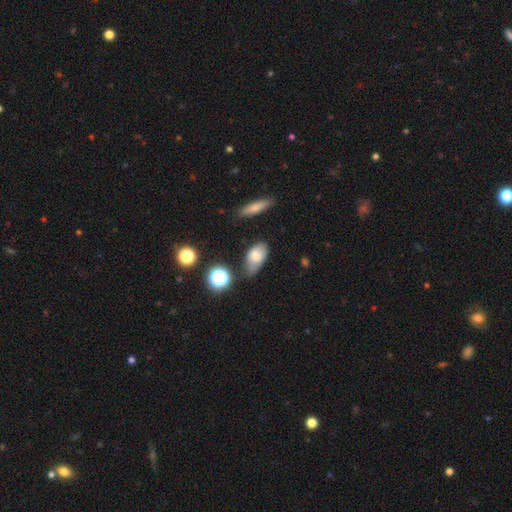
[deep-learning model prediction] smooth 74%, featured or disk 16%, star or artifact 11%. Down the decision tree: how rounded — in between (89%); merging — none (48%).